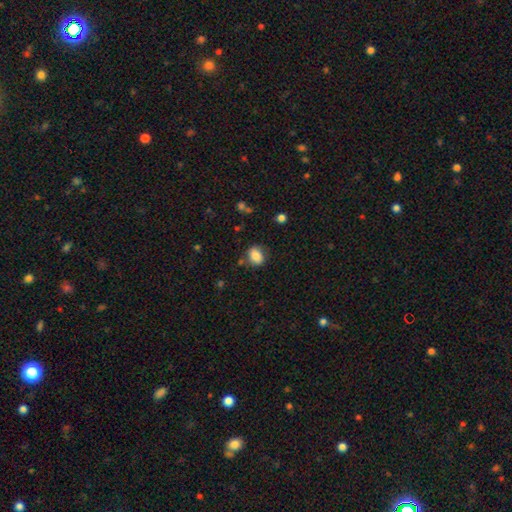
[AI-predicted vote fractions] A smooth galaxy with no disk features (85%) that is in between round and cigar-shaped (61%).

Vote fractions:
- Smooth or featured? smooth: 85% / star or artifact: 9% / featured or disk: 7%
- How rounded? in between: 61% / round: 38% / cigar-shaped: 1%
- Merging? none: 76% / minor disturbance: 16% / major disturbance: 5% / merger: 4%